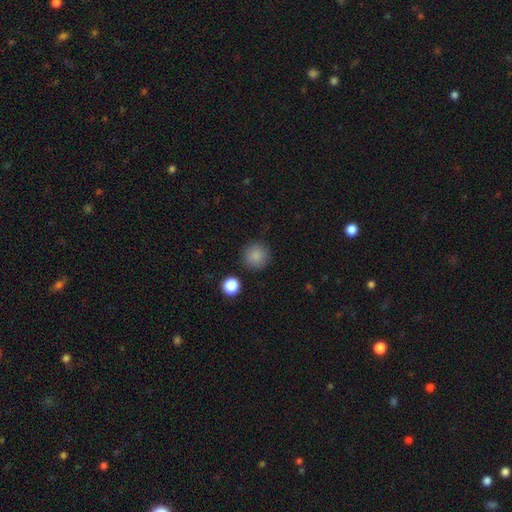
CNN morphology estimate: Overall: smooth (87%). How rounded: round (95%). Merging: none (89%).